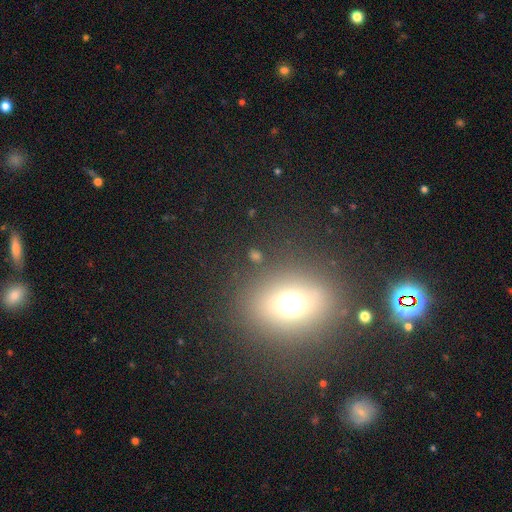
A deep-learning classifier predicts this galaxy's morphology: smooth 55%, star or artifact 31%, featured or disk 14%. Down the decision tree: how rounded — round (63%); merging — none (82%).